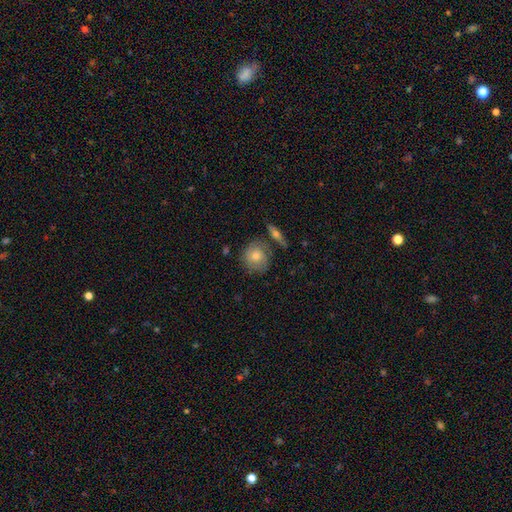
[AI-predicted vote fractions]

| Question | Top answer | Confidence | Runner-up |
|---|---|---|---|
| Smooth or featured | smooth | 55% | featured or disk (35%) |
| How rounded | round | 86% | in between (13%) |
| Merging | none | 72% | minor disturbance (15%) |